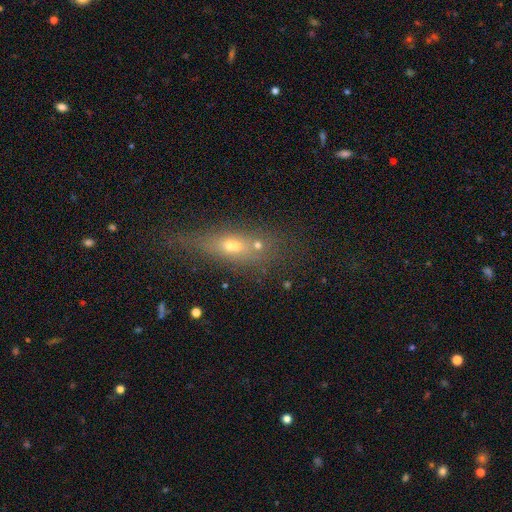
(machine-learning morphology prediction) Q: Smooth or featured?
A: smooth (43%); runner-up: featured or disk (35%)
Q: Merging?
A: none (47%); runner-up: merger (27%)